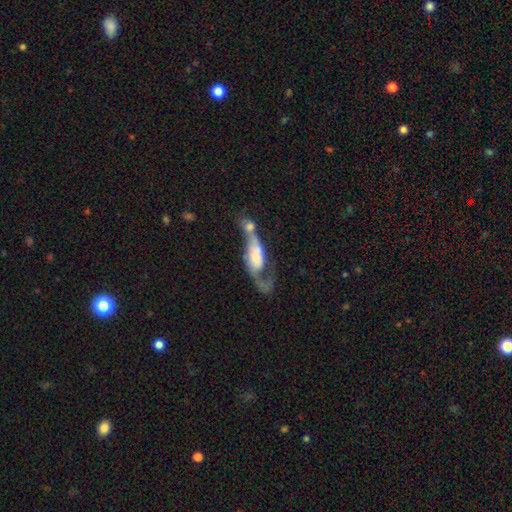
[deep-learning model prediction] A featured or disk galaxy (57%). Merging: merger (49%).